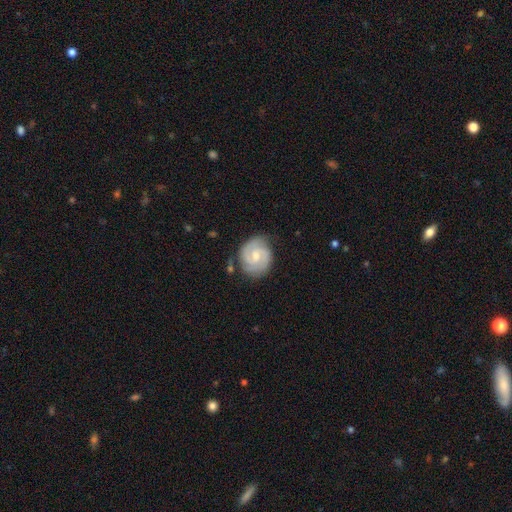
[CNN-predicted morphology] This is clearly a featured or disk galaxy (83%). It is clearly not viewed edge-on (98%). Bar: possibly weak (48%). Spiral arm pattern: clearly yes (97%). Spiral arm count: likely 2 (80%). Spiral winding: possibly tight (55%). Central bulge: possibly small (50%). Merging: likely none (78%).